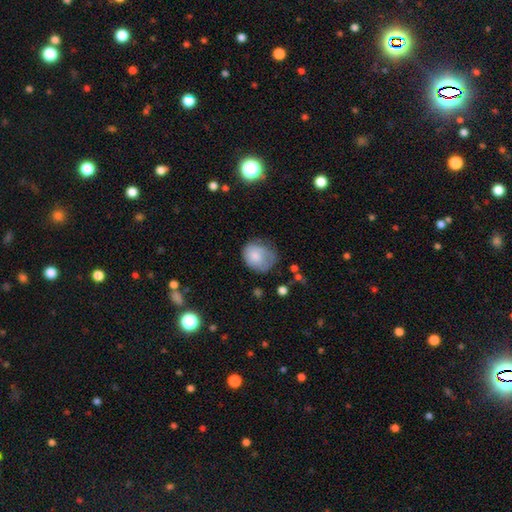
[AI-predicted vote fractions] Smooth or featured: smooth — 73% (featured or disk — 20%)
How rounded: round — 53% (in between — 46%)
Merging: none — 46% (minor disturbance — 34%)